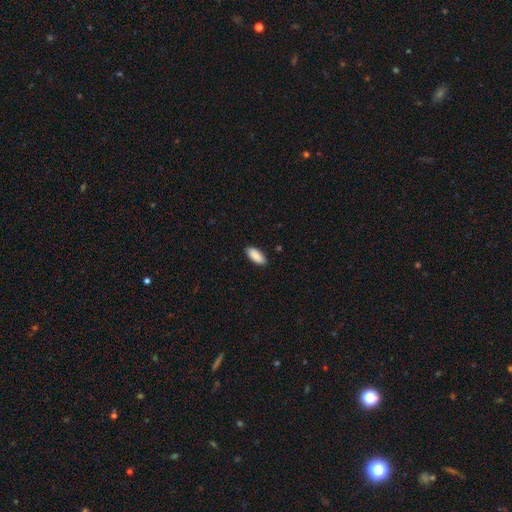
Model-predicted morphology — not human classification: Smooth or featured?
  - smooth: 89% *
  - star or artifact: 6%
  - featured or disk: 5%
How rounded?
  - in between: 86% *
  - cigar-shaped: 12%
  - round: 2%
Merging?
  - none: 89% *
  - minor disturbance: 8%
  - major disturbance: 2%
  - merger: 1%